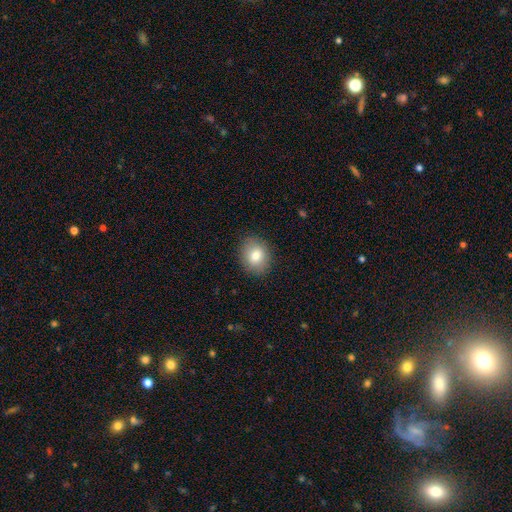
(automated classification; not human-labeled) Smooth or featured: smooth — 80% (featured or disk — 11%)
How rounded: round — 53% (in between — 46%)
Merging: none — 88% (minor disturbance — 9%)